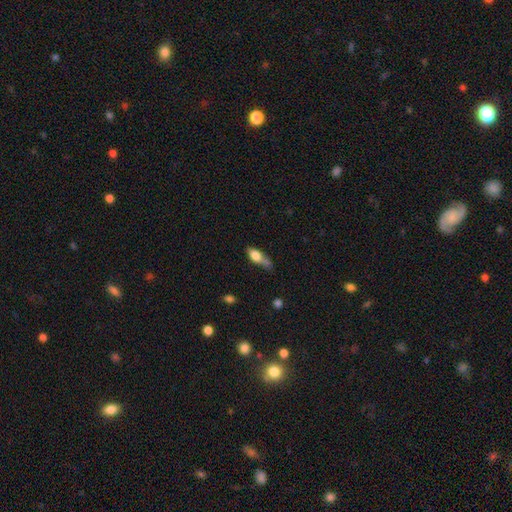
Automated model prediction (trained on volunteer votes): Smooth or featured? smooth (70%)
How rounded? in between (72%)
Merging? minor disturbance (32%)